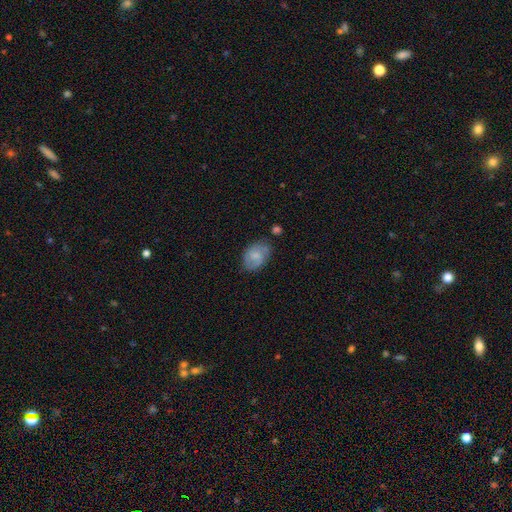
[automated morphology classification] Smooth or featured? Predicted: smooth (p=0.59). How rounded? Predicted: in between (p=0.81). Merging? Predicted: none (p=0.67).